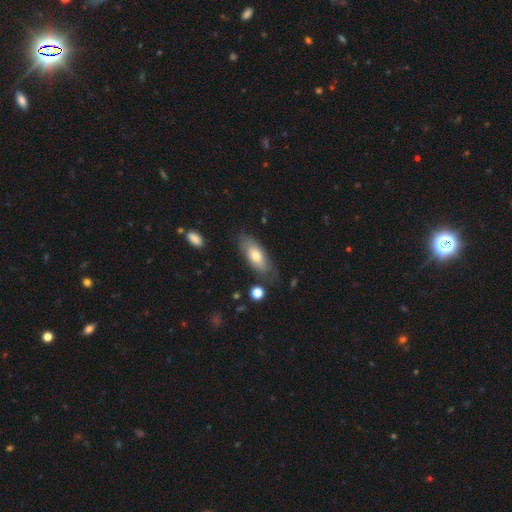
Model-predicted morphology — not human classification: Smooth or featured? smooth (71%)
How rounded? in between (77%)
Merging? none (73%)